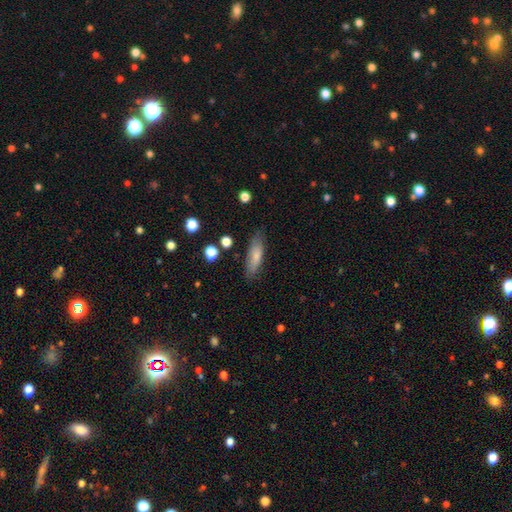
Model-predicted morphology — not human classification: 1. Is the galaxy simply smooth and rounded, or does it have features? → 77% smooth, 16% featured or disk, 7% star or artifact.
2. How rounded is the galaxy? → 52% cigar-shaped, 46% in between, 2% round.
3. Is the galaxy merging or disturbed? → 79% none, 16% minor disturbance, 4% major disturbance, 2% merger.